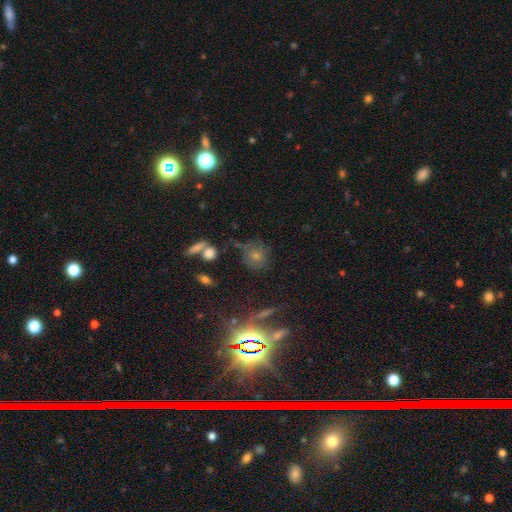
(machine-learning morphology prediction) This is likely a smooth galaxy (64%). How rounded: clearly round (85%). Merging: likely none (62%).